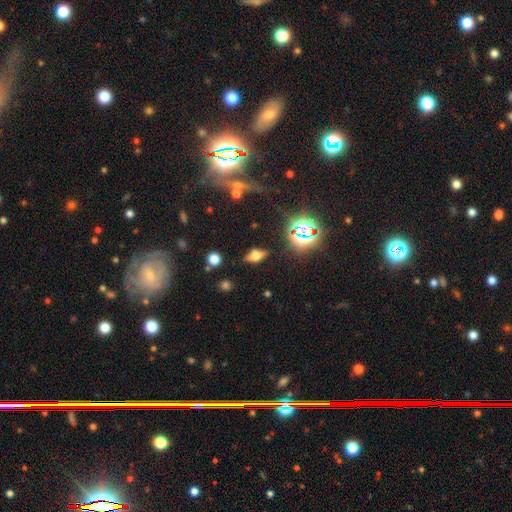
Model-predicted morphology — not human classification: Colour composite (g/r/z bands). It shows a smooth galaxy with no disk features (43%). Merging: none (82%).